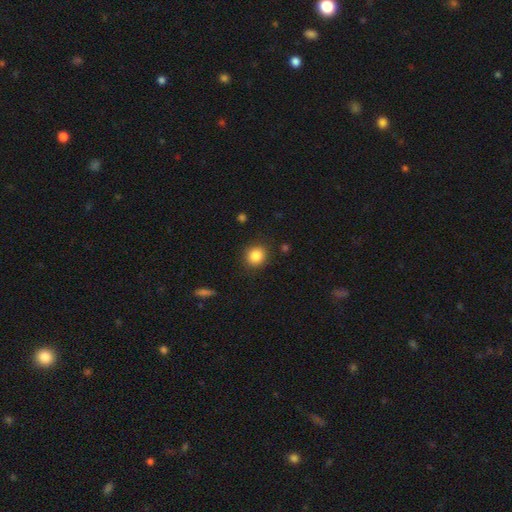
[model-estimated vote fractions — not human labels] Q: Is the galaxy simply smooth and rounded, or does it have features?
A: smooth — 85%.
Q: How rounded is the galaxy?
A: round — 81%.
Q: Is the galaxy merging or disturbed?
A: none — 87%.